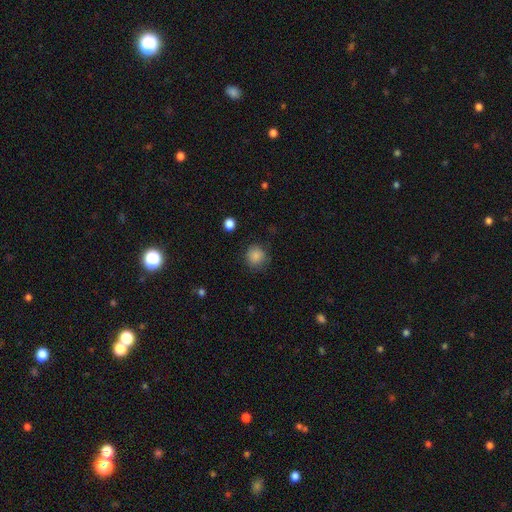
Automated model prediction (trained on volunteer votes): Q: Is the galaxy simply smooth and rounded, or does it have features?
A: smooth — 86%.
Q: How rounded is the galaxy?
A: round — 89%.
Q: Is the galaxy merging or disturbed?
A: none — 81%.